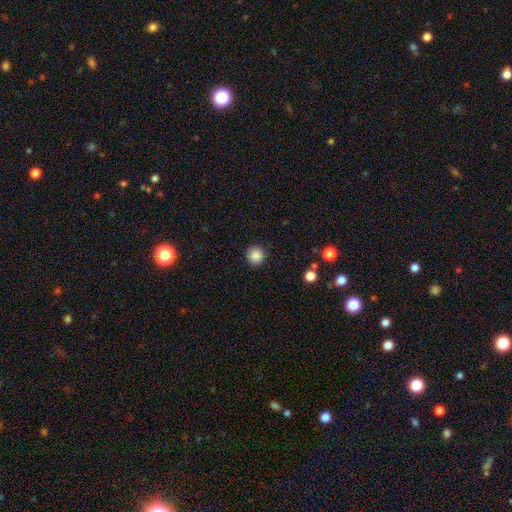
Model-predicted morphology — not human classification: Smooth or featured? smooth (87%)
How rounded? round (95%)
Merging? none (91%)